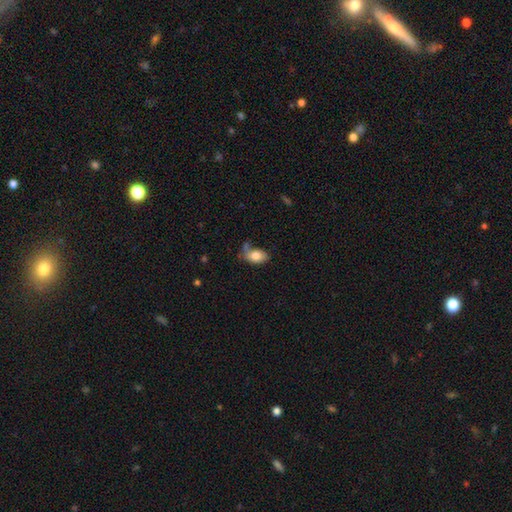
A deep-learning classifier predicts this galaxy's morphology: Smooth or featured? Predicted: smooth (p=0.81). How rounded? Predicted: in between (p=0.90). Merging? Predicted: none (p=0.55).